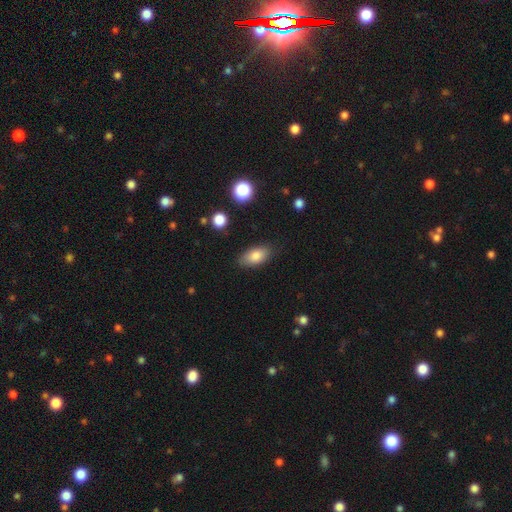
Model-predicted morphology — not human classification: A smooth galaxy with no disk features (82%) that is in between round and cigar-shaped (90%). Merging: none (83%).